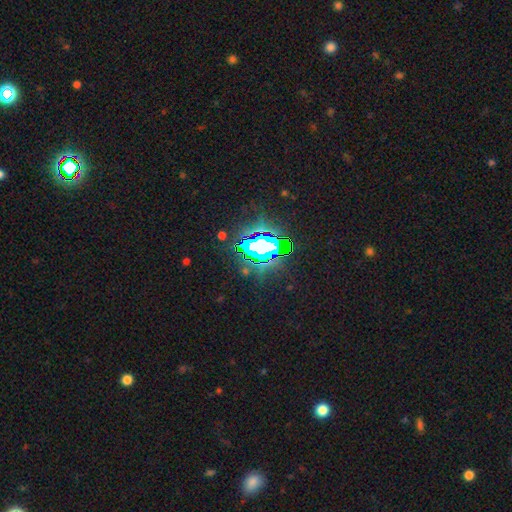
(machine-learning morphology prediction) Smooth or featured? Predicted: star or artifact (p=0.82).